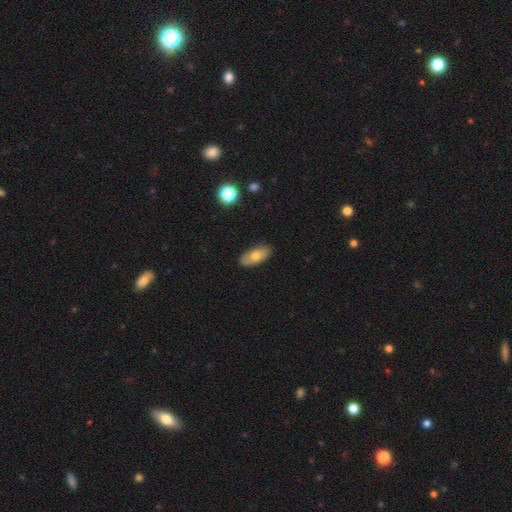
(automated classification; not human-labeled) Smooth or featured? Predicted: smooth (p=0.69). How rounded? Predicted: in between (p=0.87). Merging? Predicted: none (p=0.85).